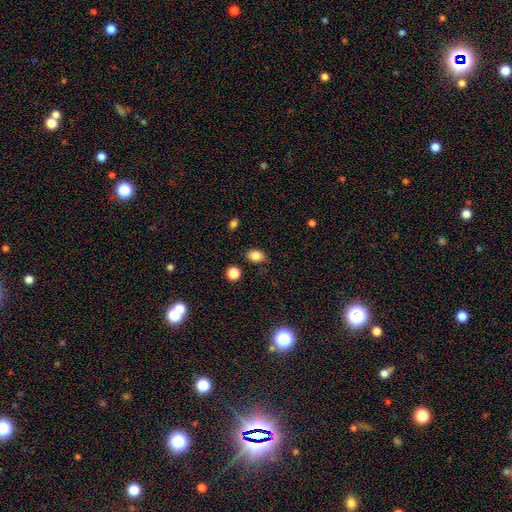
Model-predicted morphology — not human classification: A smooth galaxy with no disk features (85%) that is in between round and cigar-shaped (73%). Merging: none (77%).